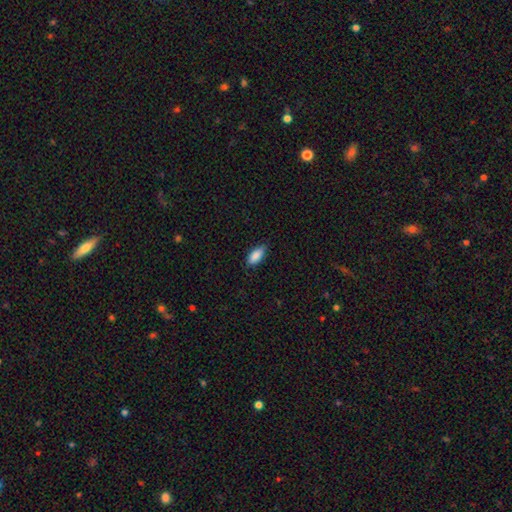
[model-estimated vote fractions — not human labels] Q: Smooth or featured?
A: smooth (86%); runner-up: featured or disk (7%)
Q: How rounded?
A: in between (85%); runner-up: cigar-shaped (13%)
Q: Merging?
A: none (80%); runner-up: minor disturbance (16%)